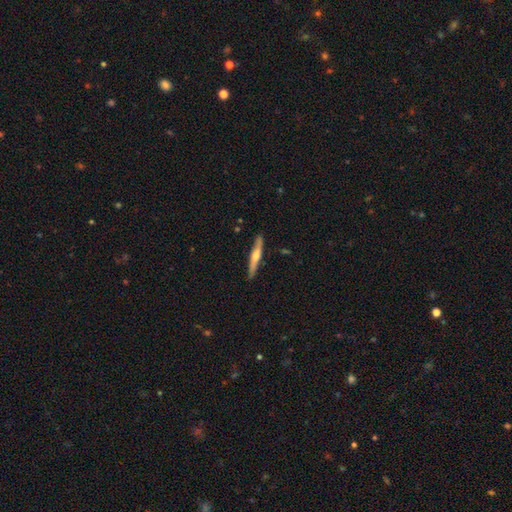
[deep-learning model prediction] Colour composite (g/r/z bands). It shows a featured or disk galaxy (55%) viewed edge-on (94%) with a rounded central bulge (79%). Merging: none (87%).